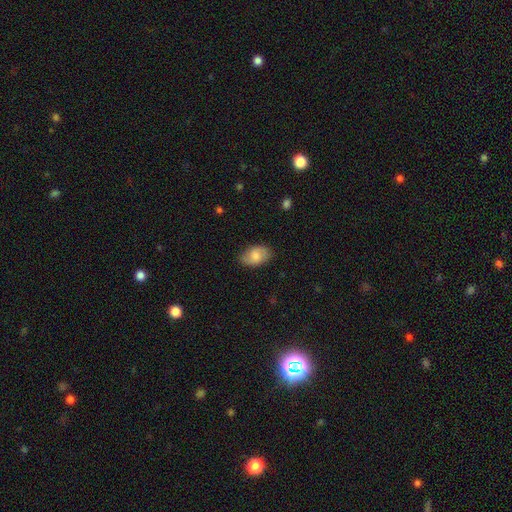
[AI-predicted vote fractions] smooth-or-featured: smooth: 76% | featured or disk: 17% | star or artifact: 7%
  how-rounded: in between: 90% | round: 8% | cigar-shaped: 1%
  merging: none: 81% | minor disturbance: 15% | major disturbance: 3% | merger: 1%